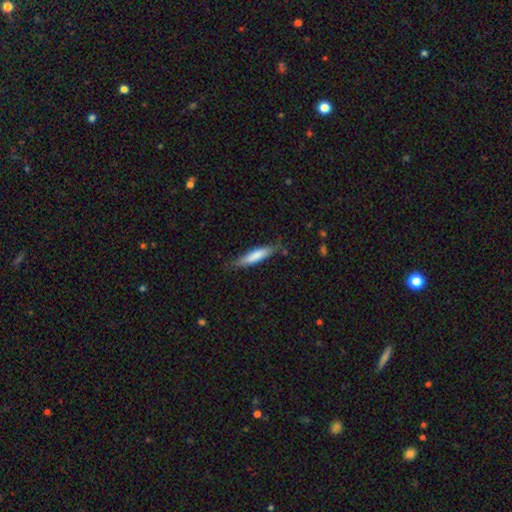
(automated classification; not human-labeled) Smooth or featured?
  - smooth: 77% *
  - featured or disk: 18%
  - star or artifact: 5%
How rounded?
  - cigar-shaped: 80% *
  - in between: 19%
  - round: 1%
Merging?
  - none: 78% *
  - minor disturbance: 17%
  - major disturbance: 3%
  - merger: 2%